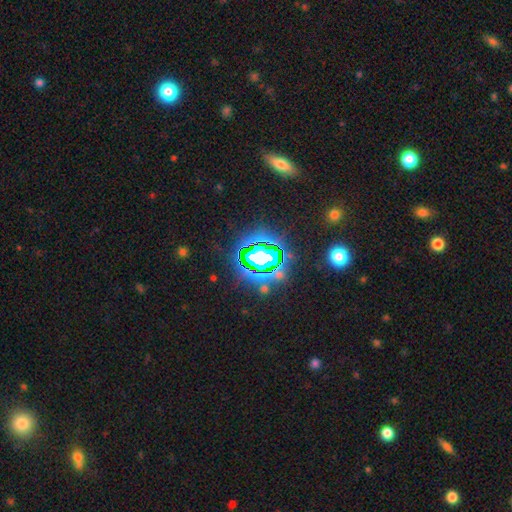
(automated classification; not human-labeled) Q: Smooth or featured?
A: star or artifact (68%); runner-up: smooth (19%)